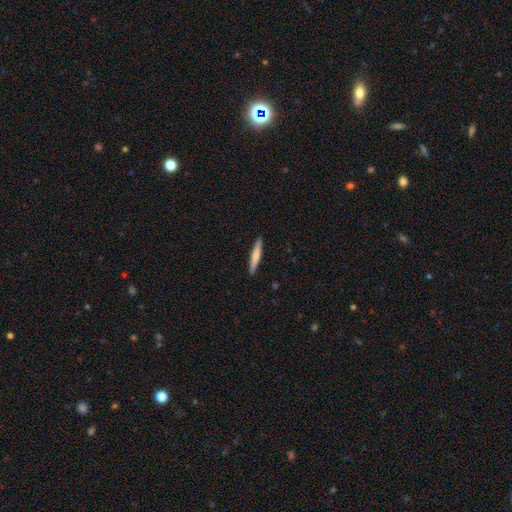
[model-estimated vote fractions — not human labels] smooth-or-featured: smooth: 64% | featured or disk: 30% | star or artifact: 5%
  how-rounded: cigar-shaped: 94% | in between: 5% | round: 1%
  merging: none: 92% | minor disturbance: 6% | major disturbance: 1% | merger: 1%